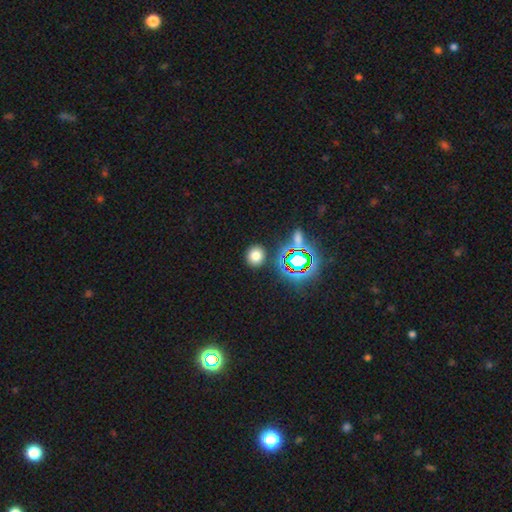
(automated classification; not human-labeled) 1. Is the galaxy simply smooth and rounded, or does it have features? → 71% smooth, 22% star or artifact, 7% featured or disk.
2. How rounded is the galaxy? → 79% round, 19% in between, 1% cigar-shaped.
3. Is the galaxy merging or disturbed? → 87% none, 7% minor disturbance, 3% merger, 3% major disturbance.